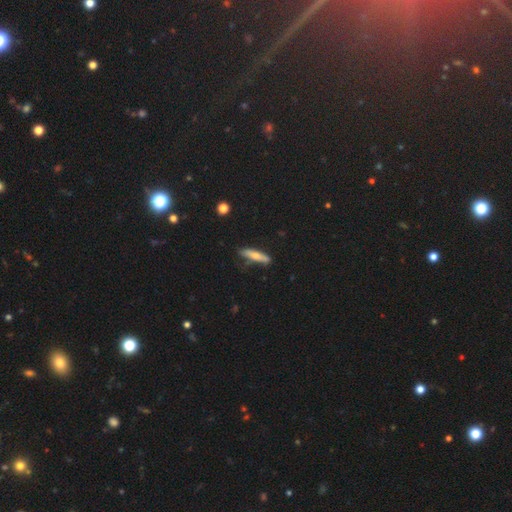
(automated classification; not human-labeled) Overall: smooth (66%; featured or disk 27%). How rounded: cigar-shaped (83%). Merging: none (73%).